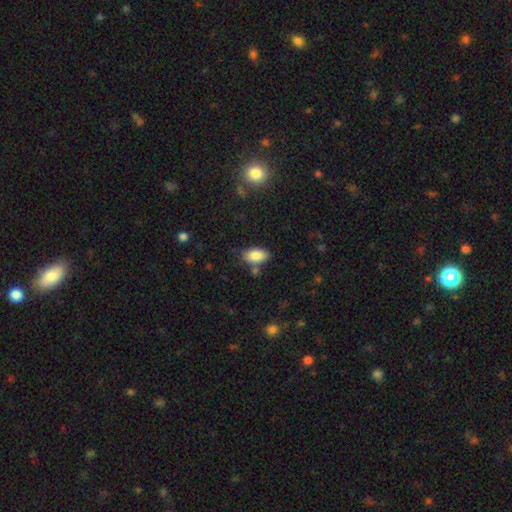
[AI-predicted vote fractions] Smooth or featured? smooth (86%)
How rounded? in between (92%)
Merging? none (74%)